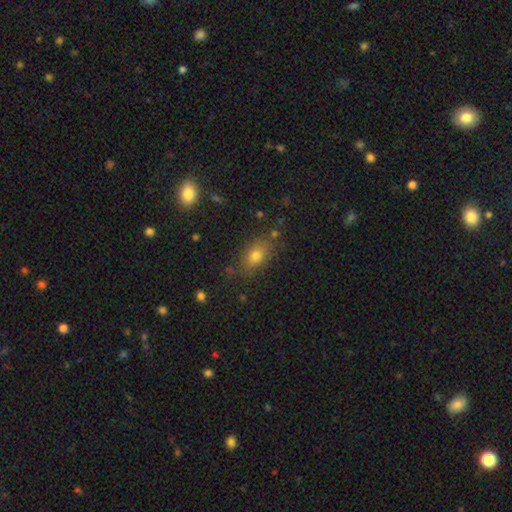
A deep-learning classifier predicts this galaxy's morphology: A smooth galaxy with no disk features (76%) that is in between round and cigar-shaped (80%).

Vote fractions:
- Smooth or featured? smooth: 76% / star or artifact: 13% / featured or disk: 12%
- How rounded? in between: 80% / round: 16% / cigar-shaped: 4%
- Merging? none: 80% / minor disturbance: 13% / major disturbance: 4% / merger: 3%